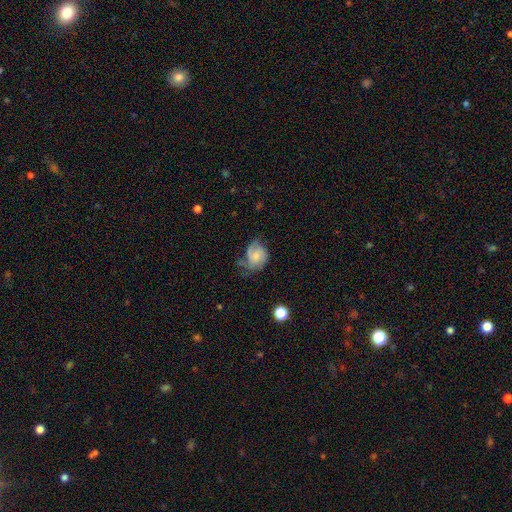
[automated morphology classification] Smooth or featured?
  - featured or disk: 49% *
  - smooth: 42%
  - star or artifact: 8%
Merging?
  - none: 38% *
  - minor disturbance: 33%
  - major disturbance: 26%
  - merger: 3%